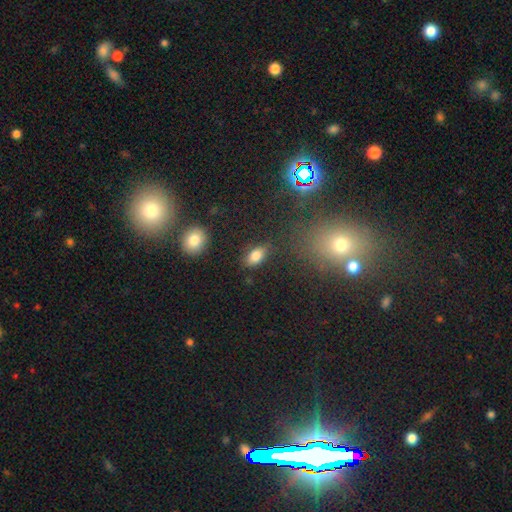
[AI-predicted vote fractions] Smooth or featured? smooth (83%)
How rounded? in between (89%)
Merging? none (77%)